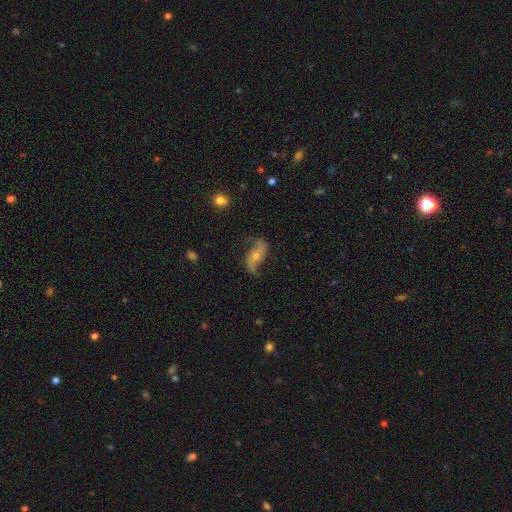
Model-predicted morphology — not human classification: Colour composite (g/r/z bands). It shows a featured or disk galaxy (78%) with no bar (53%), 2 (92%) loose (78%) spiral arms (92%) and a moderate central bulge (48%). Merging: none (69%).